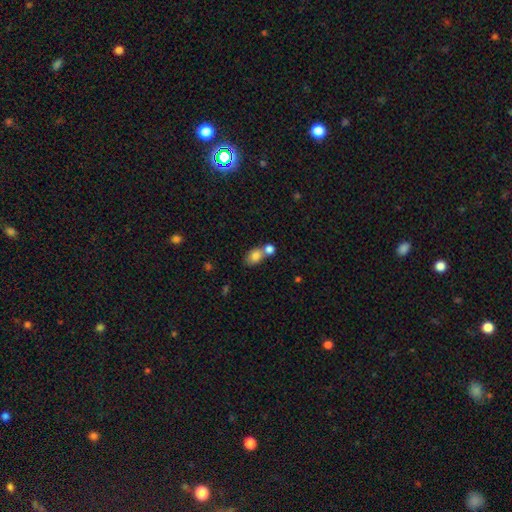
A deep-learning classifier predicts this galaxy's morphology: Smooth or featured?
  - smooth: 80% *
  - featured or disk: 11%
  - star or artifact: 9%
How rounded?
  - in between: 69% *
  - round: 29%
  - cigar-shaped: 2%
Merging?
  - merger: 51% *
  - none: 34%
  - minor disturbance: 10%
  - major disturbance: 4%